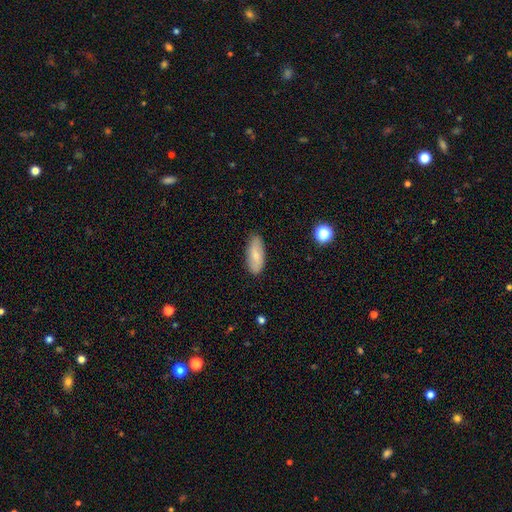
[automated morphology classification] A smooth galaxy with no disk features (73%) that is in between round and cigar-shaped (84%). Merging: none (85%).